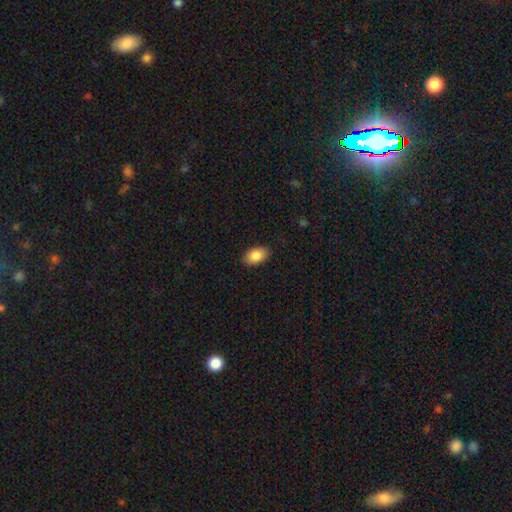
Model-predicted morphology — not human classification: Smooth or featured?
  - smooth: 87% *
  - star or artifact: 7%
  - featured or disk: 6%
How rounded?
  - in between: 91% *
  - round: 8%
  - cigar-shaped: 2%
Merging?
  - none: 87% *
  - minor disturbance: 10%
  - major disturbance: 2%
  - merger: 1%